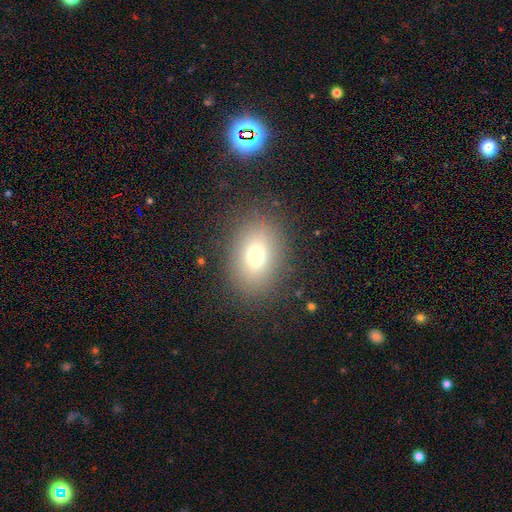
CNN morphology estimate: Overall: smooth (72%). How rounded: in between (66%; round 32%). Merging: none (85%).